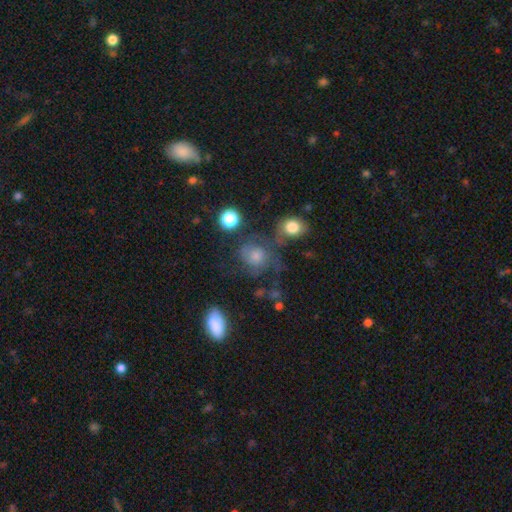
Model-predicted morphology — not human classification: Overall: featured or disk (44%; smooth 40%). Merging: none (47%; minor disturbance 21%).